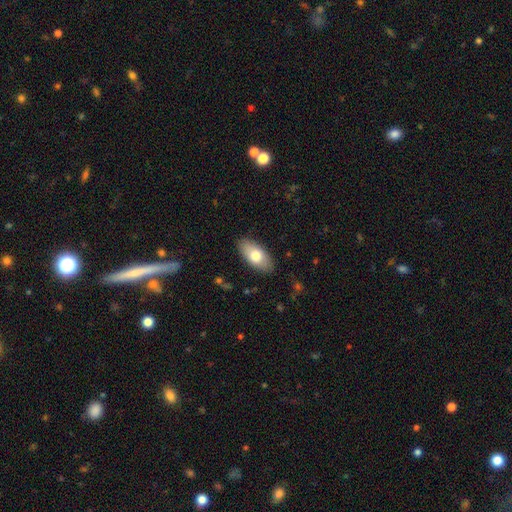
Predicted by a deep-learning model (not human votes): Smooth or featured: smooth — 75% (featured or disk — 19%)
How rounded: in between — 91% (cigar-shaped — 6%)
Merging: none — 87% (minor disturbance — 10%)